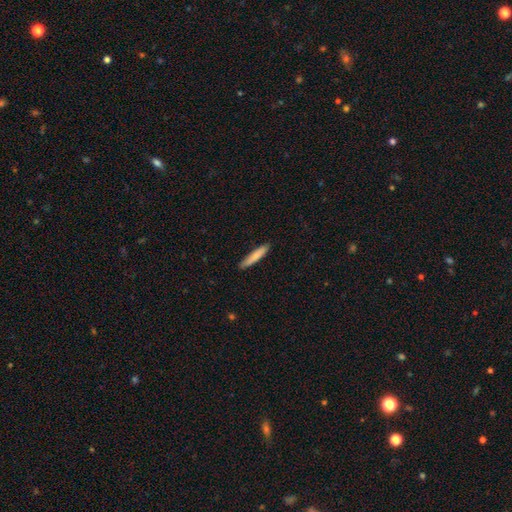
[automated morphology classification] Smooth or featured? smooth (79%)
How rounded? cigar-shaped (91%)
Merging? none (88%)